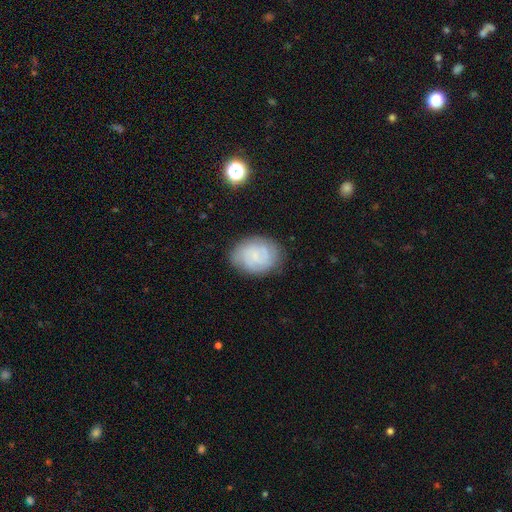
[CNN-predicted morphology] Smooth or featured? featured or disk (52%)
Edge-on disk? no (98%)
Bar? no (62%)
Spiral arms? yes (89%)
Bulge size? small (57%)
Merging? none (78%)